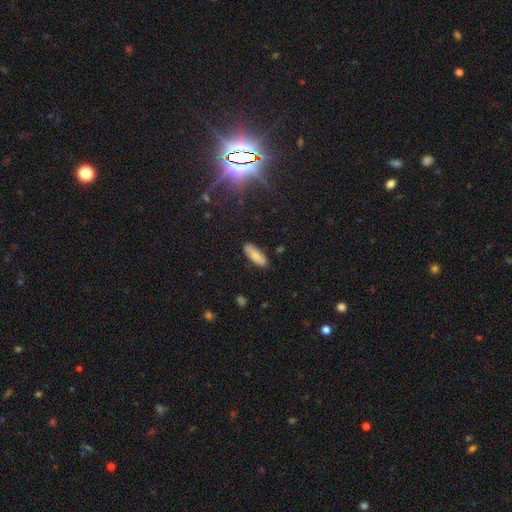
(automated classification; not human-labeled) Q: Smooth or featured?
A: smooth (78%); runner-up: featured or disk (15%)
Q: How rounded?
A: in between (69%); runner-up: cigar-shaped (29%)
Q: Merging?
A: none (85%); runner-up: minor disturbance (12%)